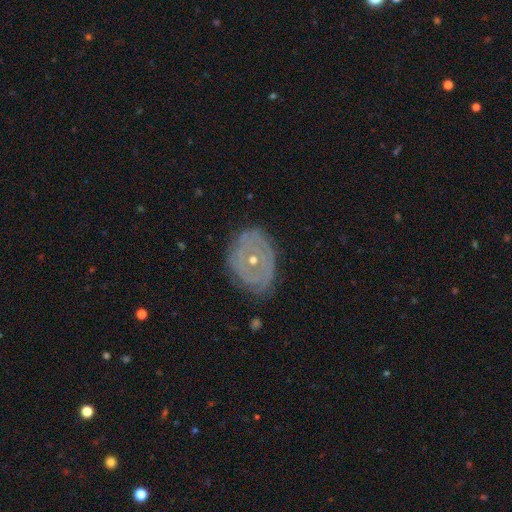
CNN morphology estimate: Overall: featured or disk (62%; smooth 28%). Edge-on disk: no (93%). Bar: no (77%). Spiral arms: no (58%; yes 42%). Bulge size: small (69%). Merging: none (78%).